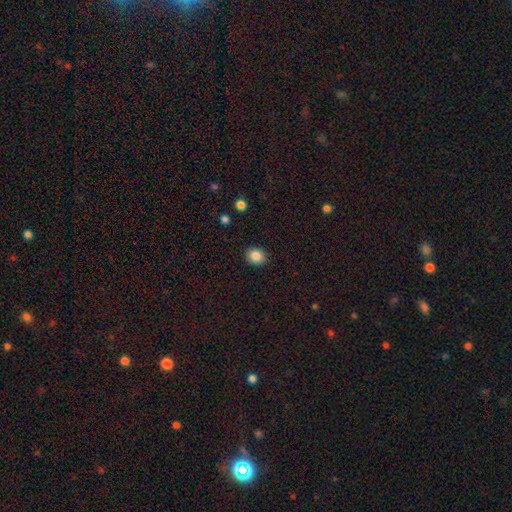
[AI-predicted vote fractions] Smooth or featured? Predicted: smooth (p=0.86). How rounded? Predicted: round (p=0.73). Merging? Predicted: none (p=0.91).